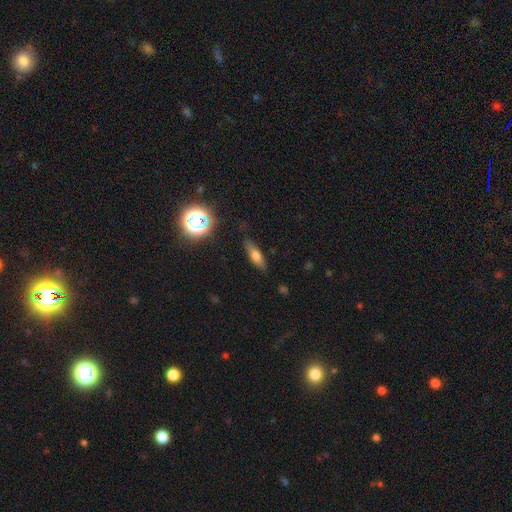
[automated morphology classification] The model was most divided on "how rounded": in between: 48%, cigar-shaped: 47%, round: 6%. More confident: merging — none (80%); smooth or featured — smooth (59%).